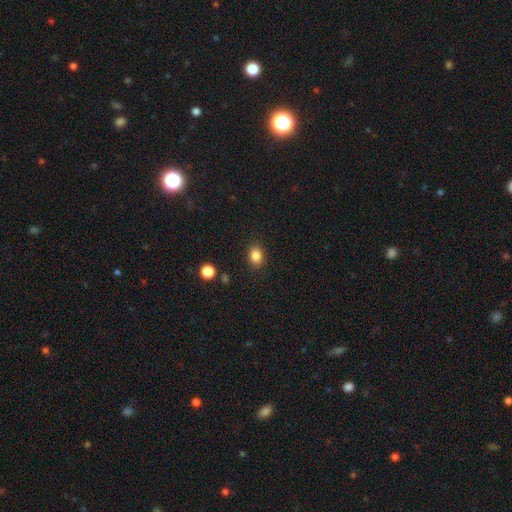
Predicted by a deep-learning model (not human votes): This is clearly a smooth galaxy (85%). How rounded: possibly in between (55%). Merging: clearly none (88%).